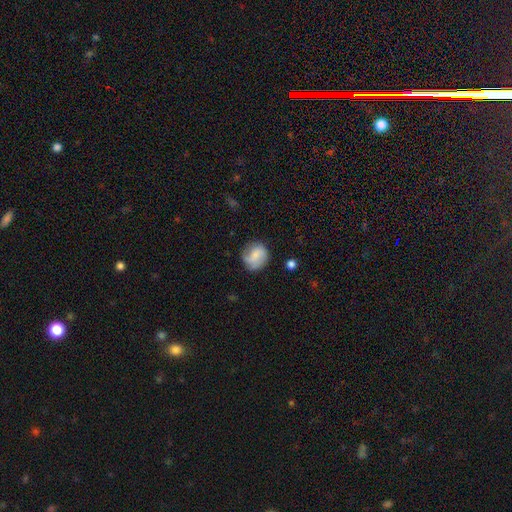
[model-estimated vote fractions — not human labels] Smooth or featured: smooth — 62% (featured or disk — 30%)
How rounded: round — 80% (in between — 19%)
Merging: none — 67% (minor disturbance — 23%)